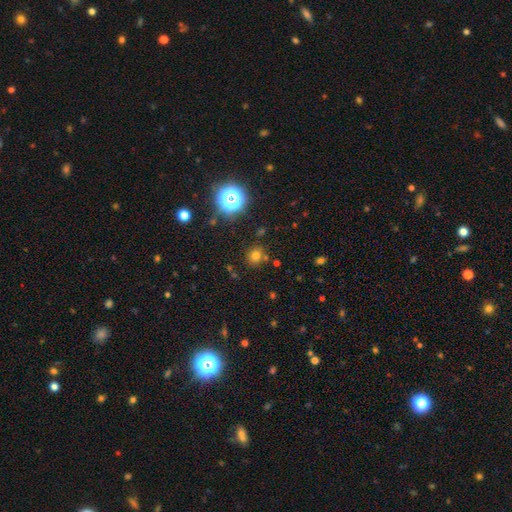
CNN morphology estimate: This is likely a smooth galaxy (69%). How rounded: clearly round (81%). Merging: likely none (80%).